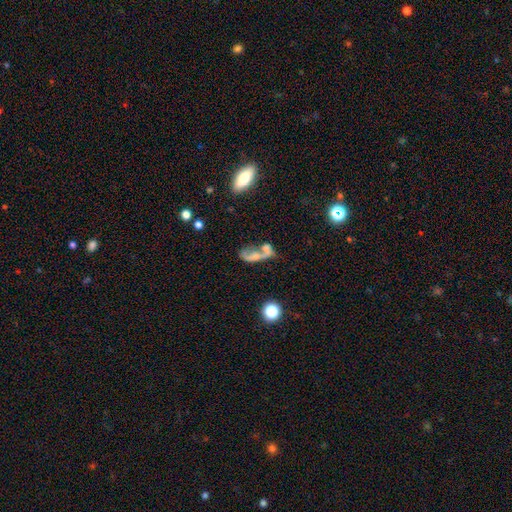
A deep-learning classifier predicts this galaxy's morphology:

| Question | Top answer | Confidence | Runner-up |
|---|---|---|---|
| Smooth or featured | featured or disk | 47% | smooth (38%) |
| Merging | merger | 45% | major disturbance (24%) |